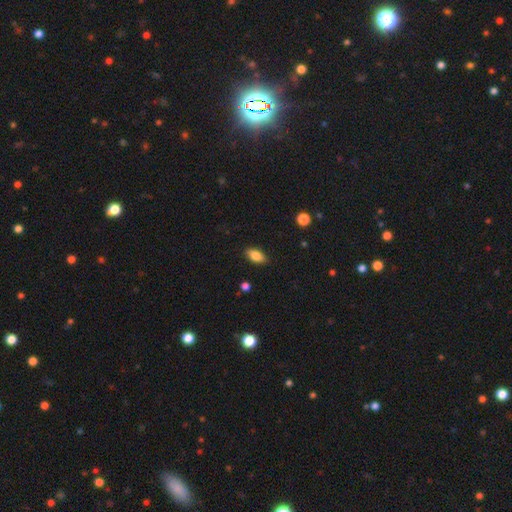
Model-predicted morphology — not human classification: A smooth galaxy with no disk features (85%) that is in between round and cigar-shaped (90%).

Vote fractions:
- Smooth or featured? smooth: 85% / star or artifact: 8% / featured or disk: 7%
- How rounded? in between: 90% / cigar-shaped: 6% / round: 4%
- Merging? none: 88% / minor disturbance: 9% / major disturbance: 2% / merger: 1%